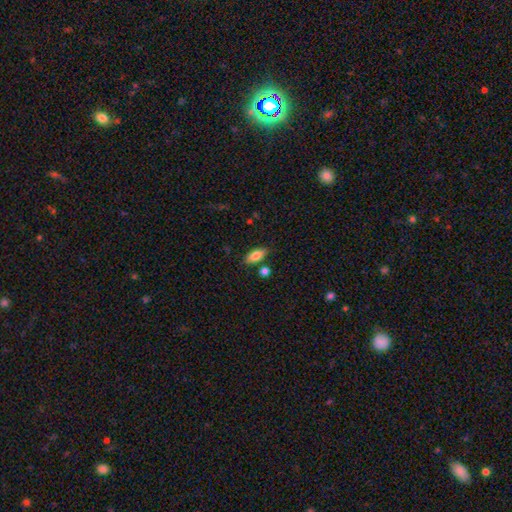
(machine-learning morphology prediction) This is clearly a smooth galaxy (82%). How rounded: clearly in between (84%). Merging: clearly none (80%).